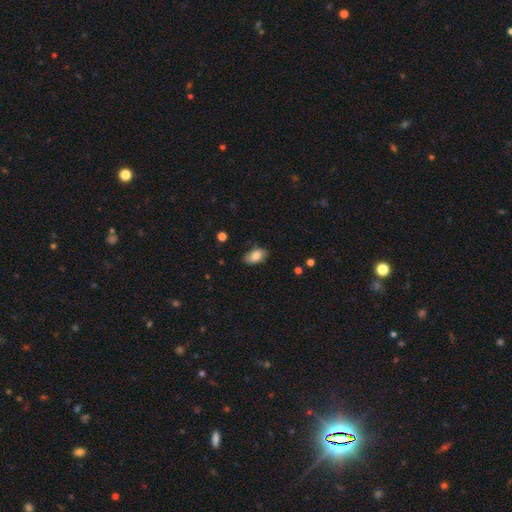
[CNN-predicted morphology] This appears to be a smooth galaxy with no disk features (81%) that is in between round and cigar-shaped (92%). Merging: none (80%).